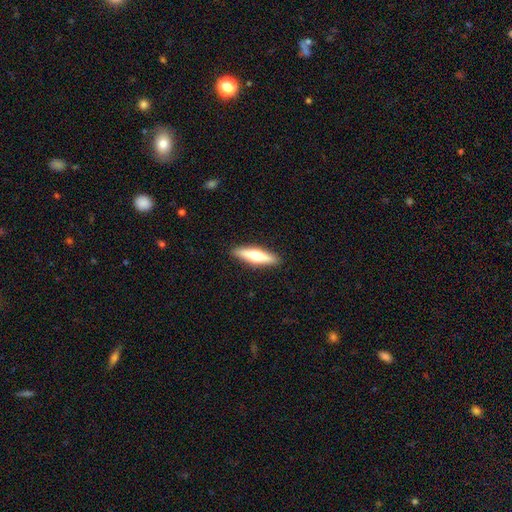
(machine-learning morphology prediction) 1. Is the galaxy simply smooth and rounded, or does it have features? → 48% featured or disk, 47% smooth, 5% star or artifact.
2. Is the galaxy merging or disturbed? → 91% none, 7% minor disturbance, 2% major disturbance, 1% merger.